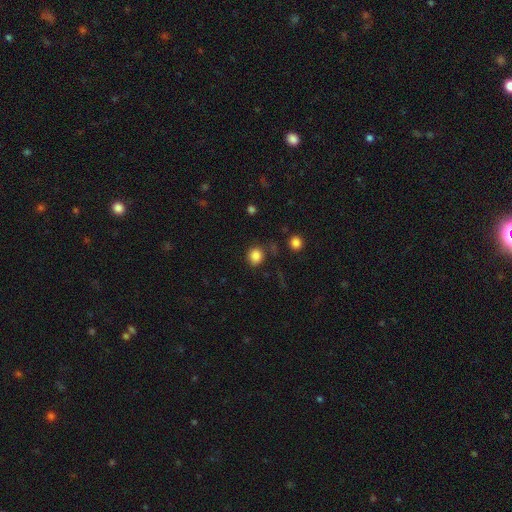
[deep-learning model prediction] This appears to be a smooth galaxy with no disk features (85%) that is round (81%). Merging: none (76%).